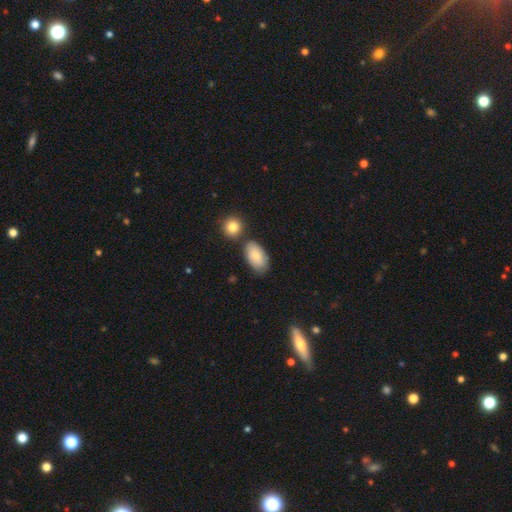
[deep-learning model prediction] Smooth or featured? Predicted: smooth (p=0.84). How rounded? Predicted: in between (p=0.94). Merging? Predicted: none (p=0.68).